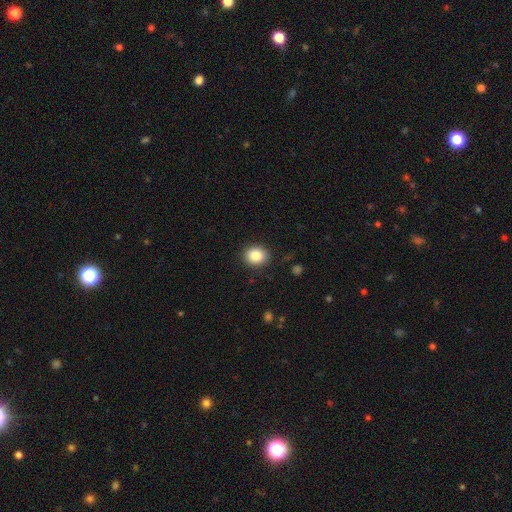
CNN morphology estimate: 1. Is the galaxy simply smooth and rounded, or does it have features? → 86% smooth, 9% star or artifact, 5% featured or disk.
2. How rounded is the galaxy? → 69% round, 31% in between, 1% cigar-shaped.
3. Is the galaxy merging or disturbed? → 89% none, 8% minor disturbance, 2% major disturbance, 1% merger.